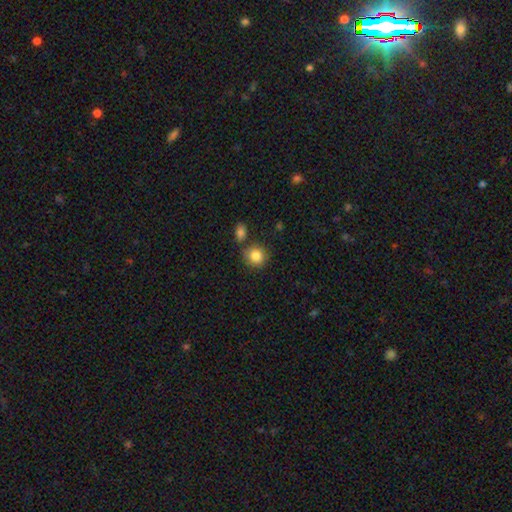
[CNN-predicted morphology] type=smooth (85%); roundness=round (83%); merging=none (75%).